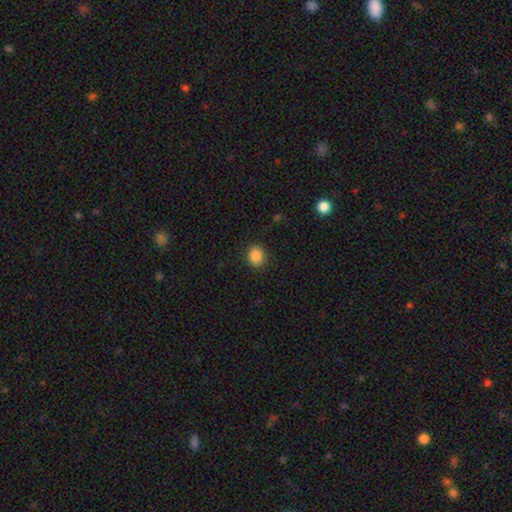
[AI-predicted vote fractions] Morphology: type=smooth (87%); roundness=round (62%); merging=none (89%).